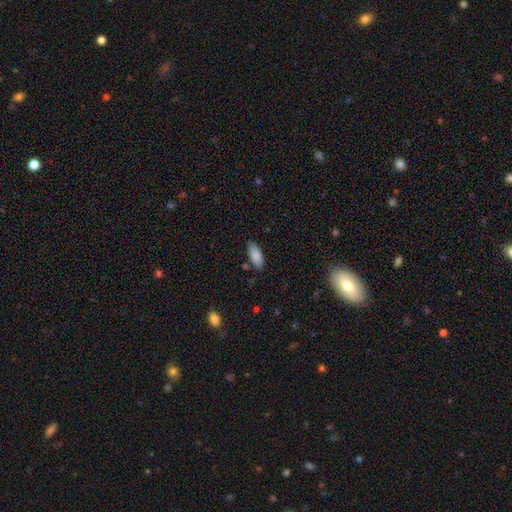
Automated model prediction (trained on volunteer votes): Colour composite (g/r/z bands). It shows a smooth galaxy with no disk features (86%) that is in between round and cigar-shaped (81%). Merging: none (81%).